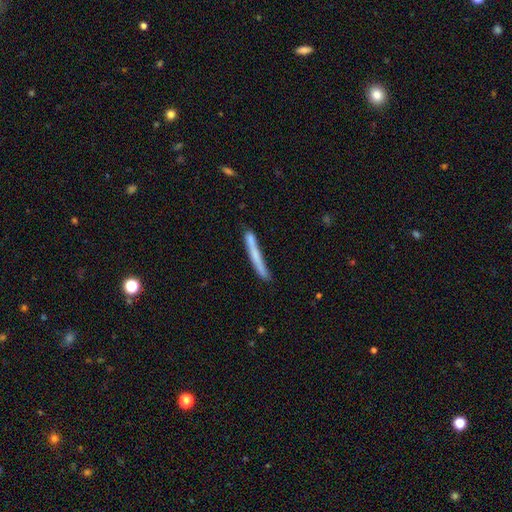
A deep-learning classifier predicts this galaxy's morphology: Smooth or featured: smooth — 63% (featured or disk — 31%)
How rounded: cigar-shaped — 97% (in between — 2%)
Merging: none — 76% (minor disturbance — 16%)